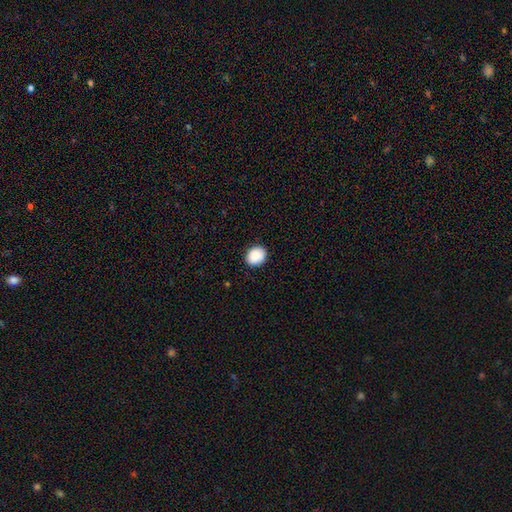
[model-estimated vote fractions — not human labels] Overall: smooth (88%). How rounded: round (62%; in between 37%). Merging: none (88%).